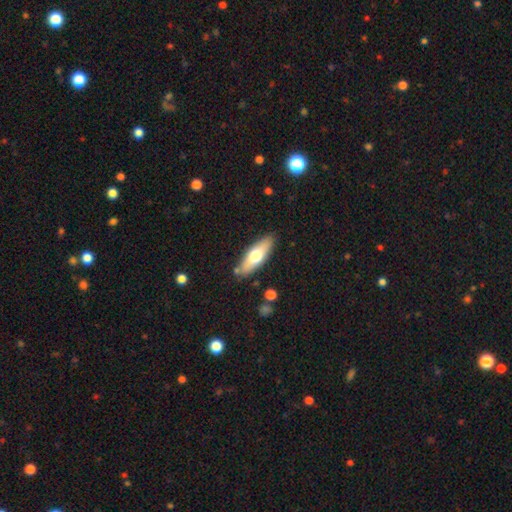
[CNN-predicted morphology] Smooth or featured: smooth — 61% (featured or disk — 34%)
How rounded: in between — 54% (cigar-shaped — 43%)
Merging: none — 84% (minor disturbance — 11%)